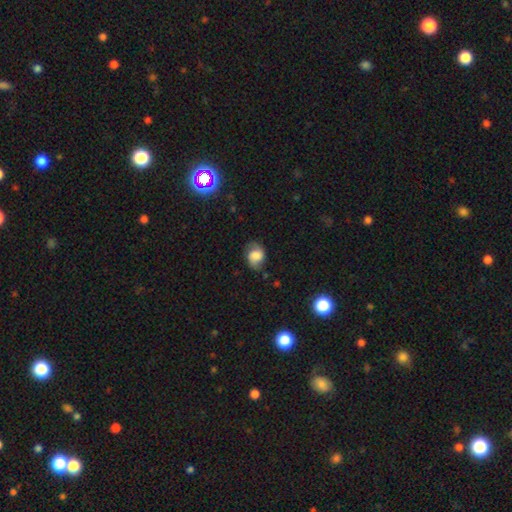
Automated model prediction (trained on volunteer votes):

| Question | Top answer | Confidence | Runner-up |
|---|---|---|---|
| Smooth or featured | smooth | 53% | featured or disk (36%) |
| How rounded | in between | 56% | round (43%) |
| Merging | none | 67% | minor disturbance (23%) |